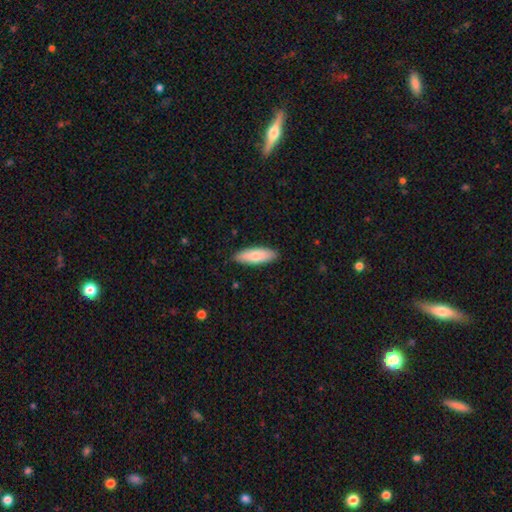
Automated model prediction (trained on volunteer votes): Q: Smooth or featured?
A: smooth (77%); runner-up: featured or disk (17%)
Q: How rounded?
A: in between (61%); runner-up: cigar-shaped (37%)
Q: Merging?
A: none (88%); runner-up: minor disturbance (9%)